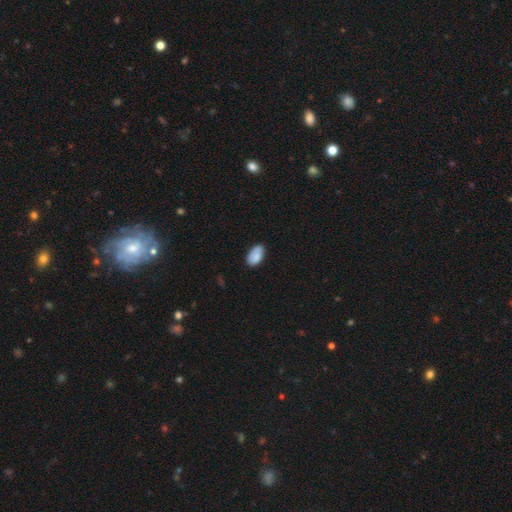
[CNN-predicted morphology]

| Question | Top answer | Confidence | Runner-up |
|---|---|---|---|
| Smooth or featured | smooth | 85% | featured or disk (9%) |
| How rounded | in between | 95% | round (4%) |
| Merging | none | 77% | minor disturbance (19%) |